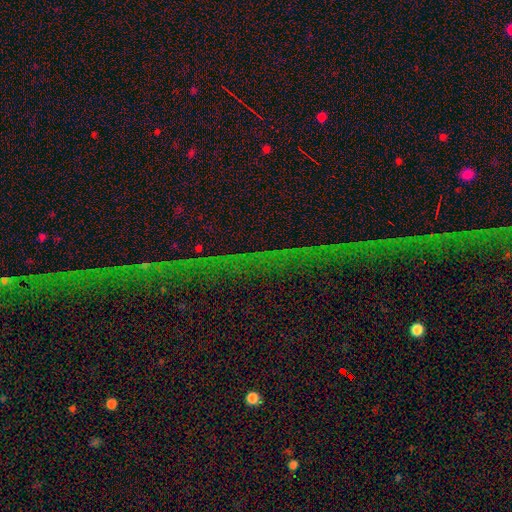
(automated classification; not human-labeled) Overall: star or artifact (82%).